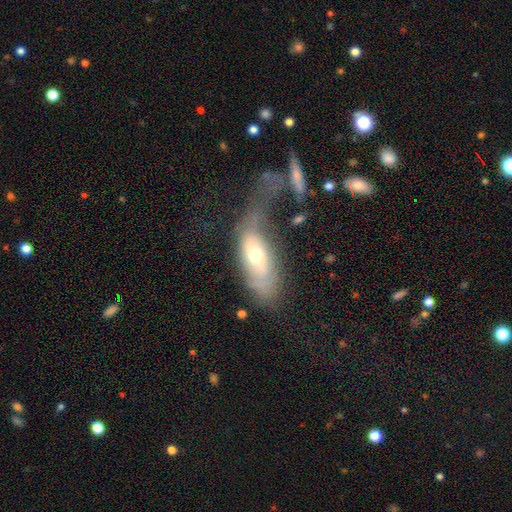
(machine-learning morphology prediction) Overall: smooth (51%; featured or disk 41%). How rounded: in between (80%). Merging: major disturbance (42%; merger 22%).